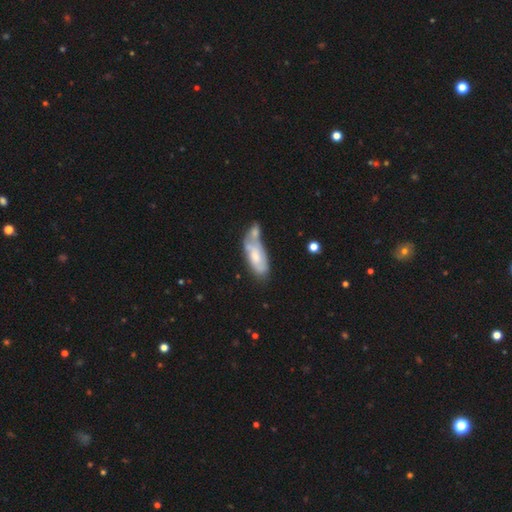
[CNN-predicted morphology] Smooth or featured?
  - smooth: 51% *
  - featured or disk: 42%
  - star or artifact: 6%
How rounded?
  - in between: 75% *
  - cigar-shaped: 23%
  - round: 2%
Merging?
  - merger: 49% *
  - none: 23%
  - minor disturbance: 18%
  - major disturbance: 10%